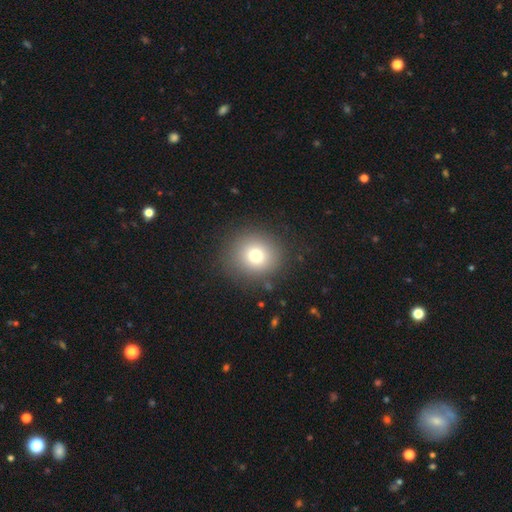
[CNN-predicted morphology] smooth_or_featured: smooth (p=0.74) [alt: star or artifact p=0.14]
how_rounded: round (p=0.90) [alt: in between p=0.09]
merging: none (p=0.87) [alt: minor disturbance p=0.08]